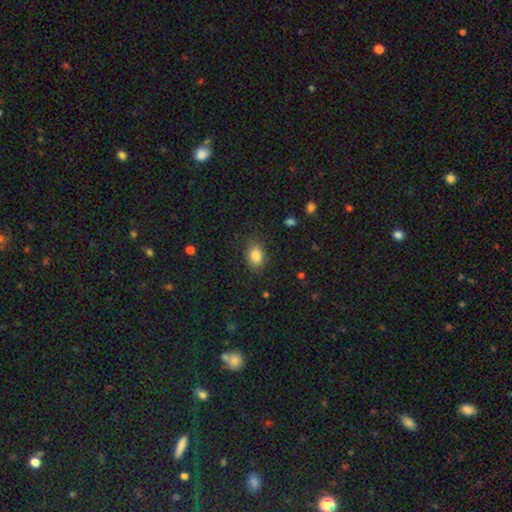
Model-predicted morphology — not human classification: This appears to be a smooth galaxy with no disk features (83%) that is in between round and cigar-shaped (73%). Merging: none (82%).